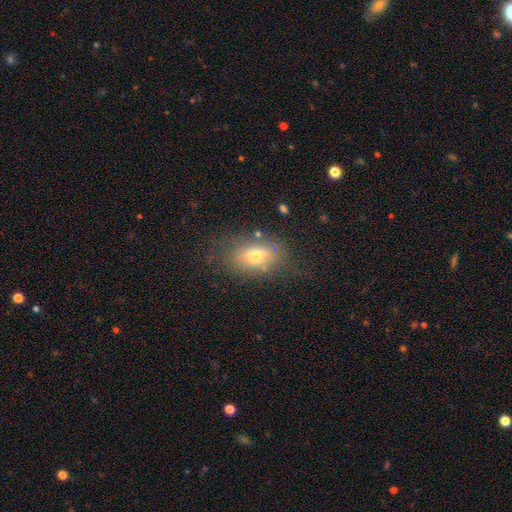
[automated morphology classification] smooth_or_featured: smooth (p=0.64) [alt: featured or disk p=0.24]
how_rounded: in between (p=0.85) [alt: round p=0.10]
merging: none (p=0.72) [alt: minor disturbance p=0.18]